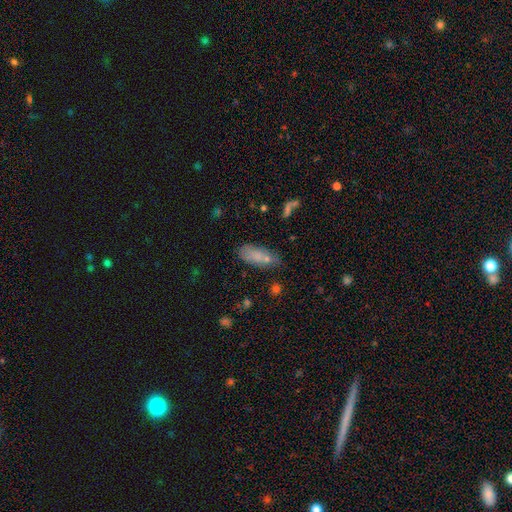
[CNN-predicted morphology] This appears to be a smooth galaxy with no disk features (74%) that is in between round and cigar-shaped (79%). Merging: none (54%).